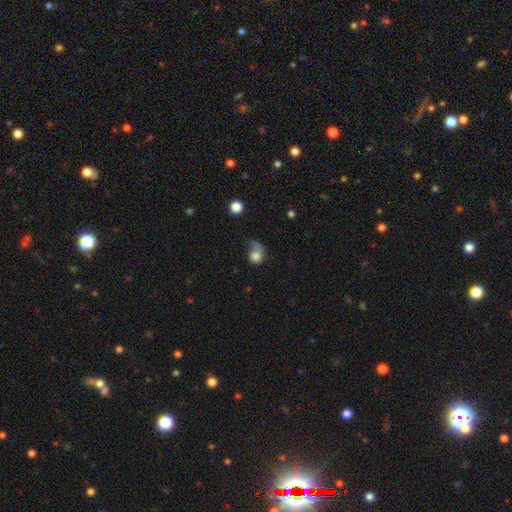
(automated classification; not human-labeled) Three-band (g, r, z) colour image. It shows a smooth galaxy with no disk features (73%) that is round (61%). Merging: major disturbance (41%).